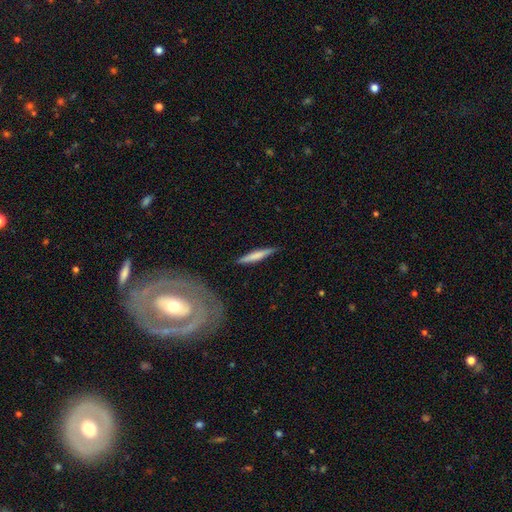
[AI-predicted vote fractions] A smooth galaxy with no disk features (65%) that is cigar-shaped (93%).

Vote fractions:
- Smooth or featured? smooth: 65% / featured or disk: 30% / star or artifact: 5%
- How rounded? cigar-shaped: 93% / in between: 6% / round: 1%
- Merging? none: 87% / minor disturbance: 10% / major disturbance: 2% / merger: 2%